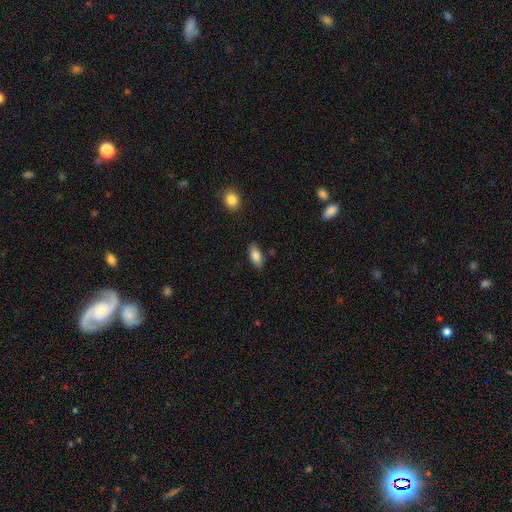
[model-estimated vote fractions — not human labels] The model was most divided on "merging": none: 84%, minor disturbance: 11%, major disturbance: 2%, merger: 2%. More confident: how rounded — in between (86%); smooth or featured — smooth (84%).